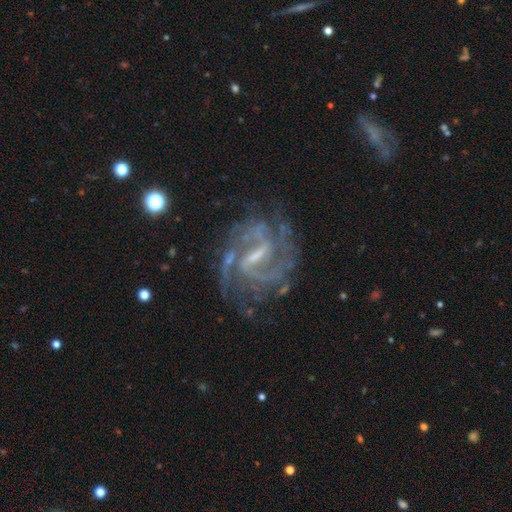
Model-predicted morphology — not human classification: Overall: featured or disk (91%). Edge-on disk: no (98%). Bar: weak (47%; strong 44%). Spiral arms: yes (97%). Spiral arm count: 2 (63%). Spiral winding: medium (52%; tight 35%). Bulge size: small (55%; none 22%). Merging: none (72%).